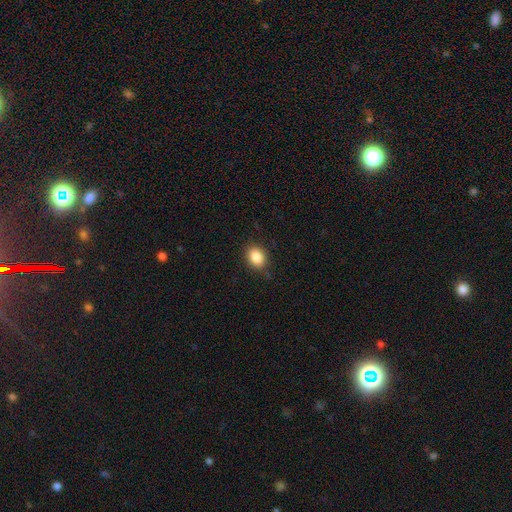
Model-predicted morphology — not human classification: Smooth or featured: smooth — 87% (star or artifact — 9%)
How rounded: in between — 60% (round — 39%)
Merging: none — 86% (minor disturbance — 11%)